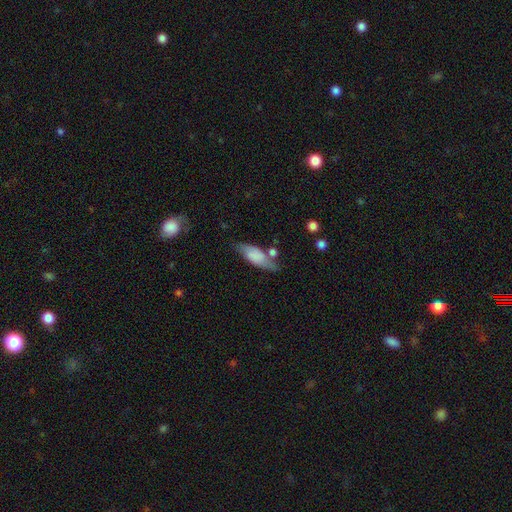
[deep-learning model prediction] Smooth or featured: smooth — 68% (featured or disk — 25%)
How rounded: in between — 71% (cigar-shaped — 26%)
Merging: none — 55% (minor disturbance — 25%)